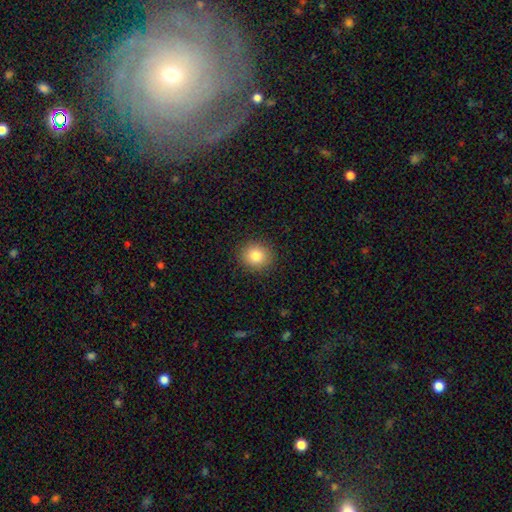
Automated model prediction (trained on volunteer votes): Overall: smooth (83%). How rounded: round (83%). Merging: none (90%).